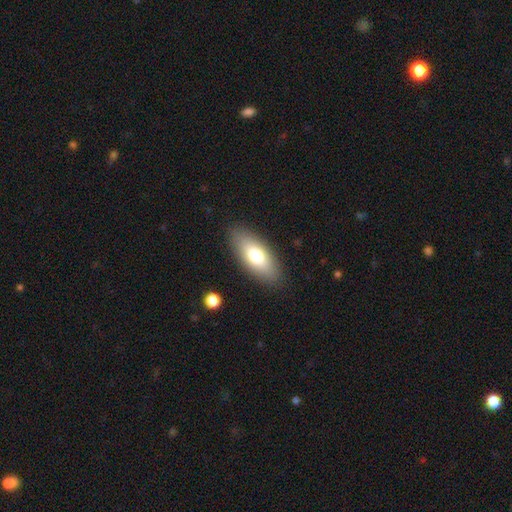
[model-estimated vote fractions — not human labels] Smooth or featured?
  - smooth: 74% *
  - featured or disk: 19%
  - star or artifact: 7%
How rounded?
  - in between: 83% *
  - cigar-shaped: 14%
  - round: 3%
Merging?
  - none: 87% *
  - minor disturbance: 9%
  - major disturbance: 3%
  - merger: 1%